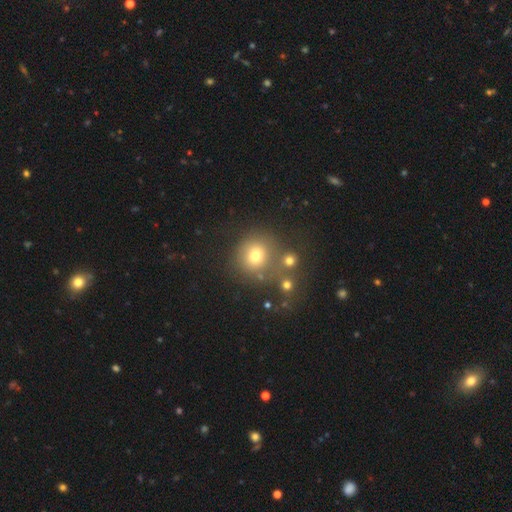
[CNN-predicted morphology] Q: Smooth or featured?
A: smooth (72%); runner-up: star or artifact (18%)
Q: How rounded?
A: round (87%); runner-up: in between (12%)
Q: Merging?
A: none (65%); runner-up: merger (17%)